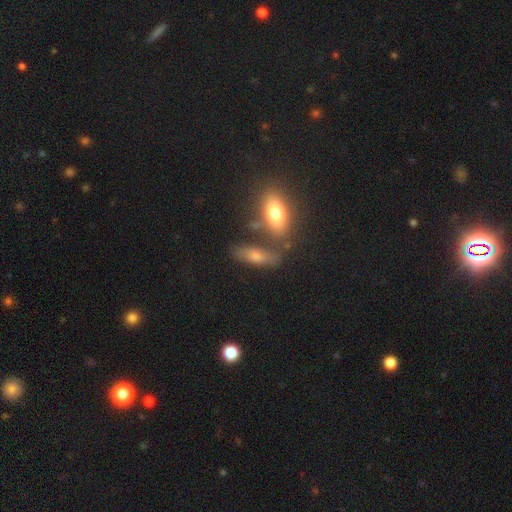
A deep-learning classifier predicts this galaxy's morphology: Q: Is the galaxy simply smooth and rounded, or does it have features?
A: smooth — 60%.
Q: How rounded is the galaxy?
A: in between — 59%.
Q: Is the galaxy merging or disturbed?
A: none — 59%.